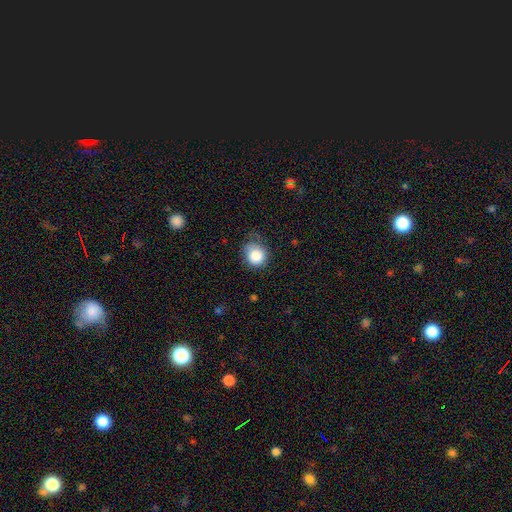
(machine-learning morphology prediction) type=smooth (84%); roundness=round (80%); merging=none (52%).